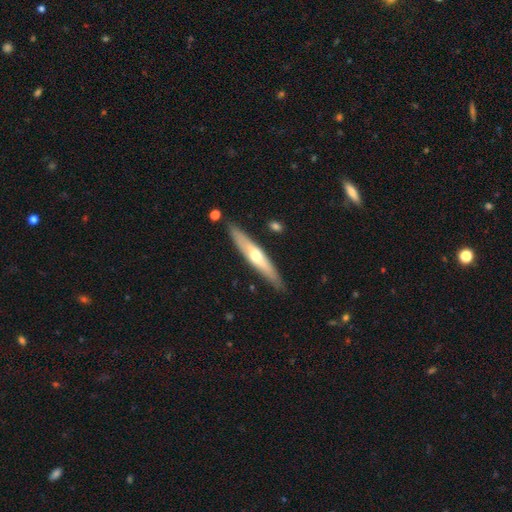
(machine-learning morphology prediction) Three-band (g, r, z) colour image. It shows a featured or disk galaxy (55%) viewed edge-on (90%). Merging: none (87%).